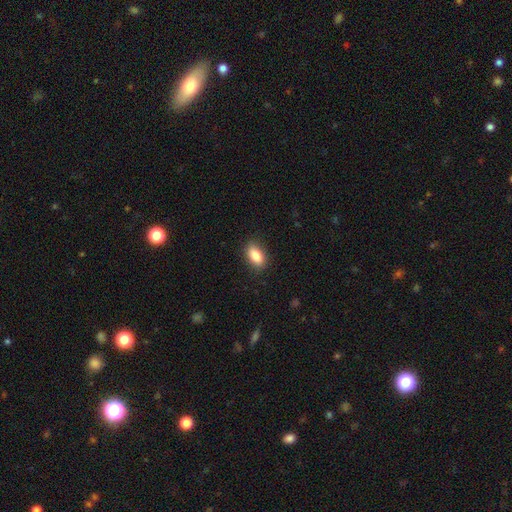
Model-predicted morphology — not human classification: smooth_or_featured: smooth (p=0.85) [alt: star or artifact p=0.08]
how_rounded: in between (p=0.88) [alt: round p=0.08]
merging: none (p=0.86) [alt: minor disturbance p=0.11]